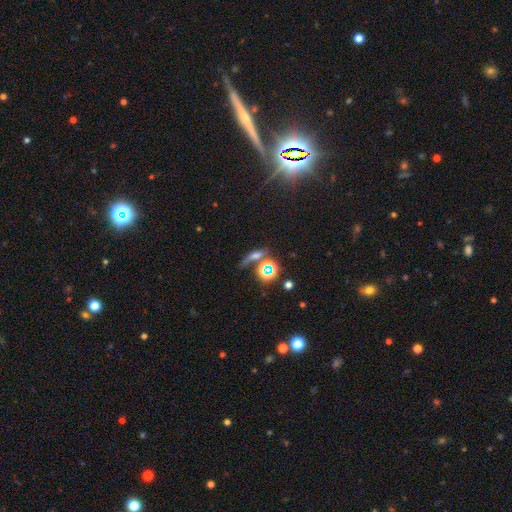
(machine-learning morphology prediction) smooth 43%, star or artifact 32%, featured or disk 25%. Down the decision tree: merging — none (54%).